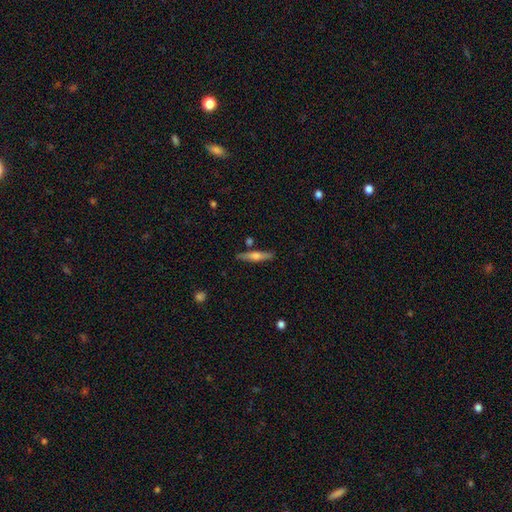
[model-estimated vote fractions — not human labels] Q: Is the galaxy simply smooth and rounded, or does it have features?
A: featured or disk — 50%.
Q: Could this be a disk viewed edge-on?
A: yes — 95%.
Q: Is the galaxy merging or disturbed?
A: none — 85%.